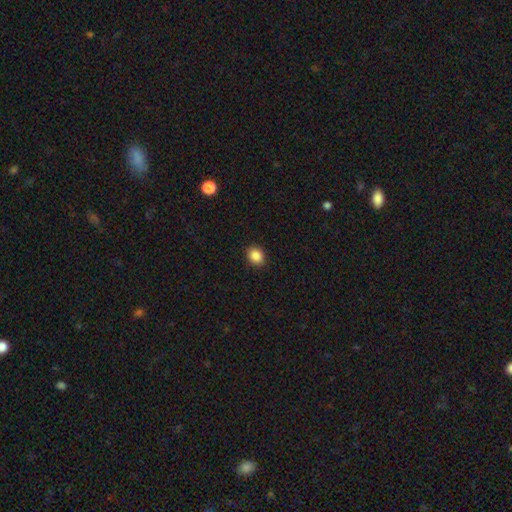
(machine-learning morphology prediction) Smooth or featured? smooth (87%)
How rounded? round (56%)
Merging? none (91%)